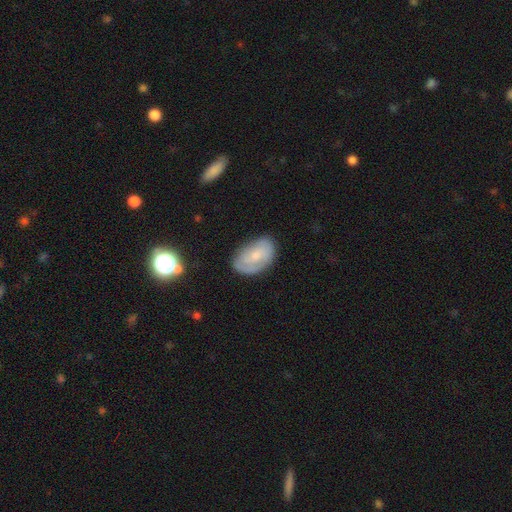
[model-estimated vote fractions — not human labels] Q: Smooth or featured?
A: featured or disk (46%); runner-up: smooth (45%)
Q: Merging?
A: none (70%); runner-up: minor disturbance (22%)